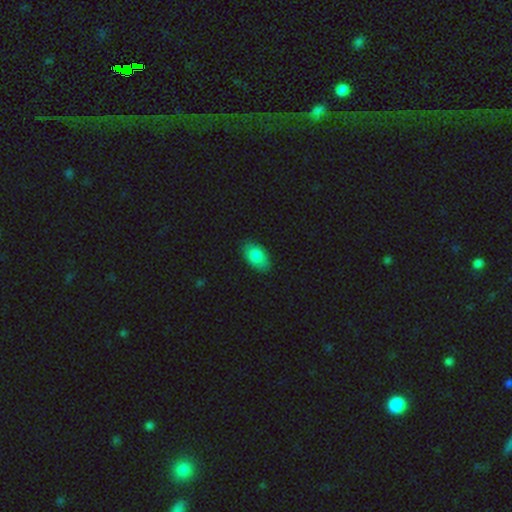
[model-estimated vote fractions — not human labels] smooth-or-featured: smooth: 84% | featured or disk: 9% | star or artifact: 7%
  how-rounded: in between: 92% | round: 6% | cigar-shaped: 2%
  merging: none: 83% | minor disturbance: 13% | major disturbance: 3% | merger: 1%